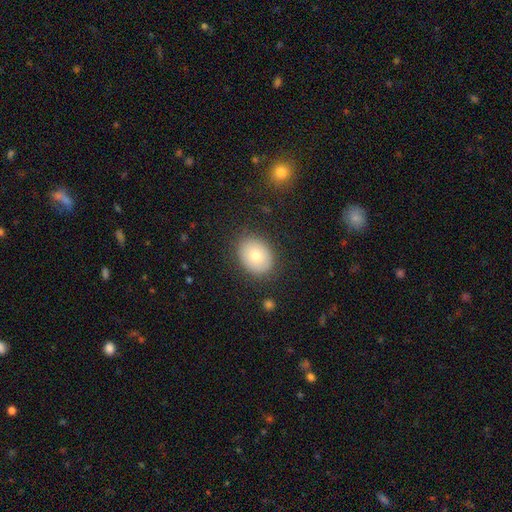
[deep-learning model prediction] Smooth or featured? Predicted: smooth (p=0.75). How rounded? Predicted: in between (p=0.61). Merging? Predicted: none (p=0.85).